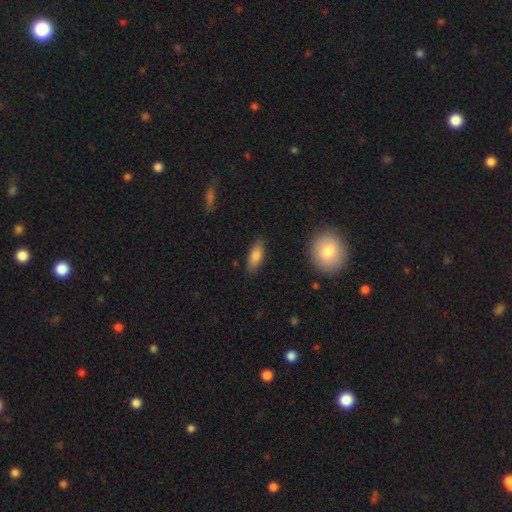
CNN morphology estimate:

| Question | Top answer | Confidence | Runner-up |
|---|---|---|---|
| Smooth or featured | smooth | 81% | featured or disk (12%) |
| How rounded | in between | 78% | cigar-shaped (19%) |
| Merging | none | 84% | minor disturbance (12%) |